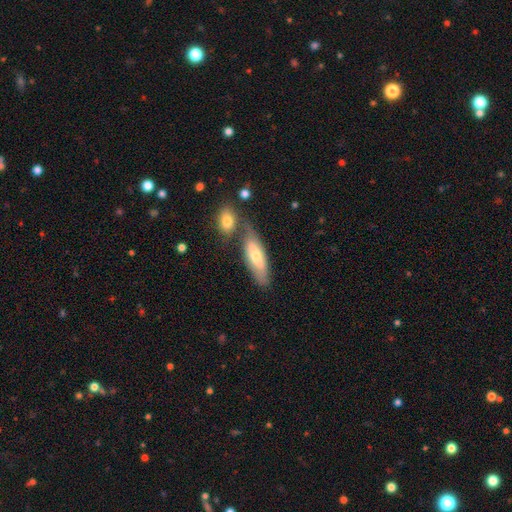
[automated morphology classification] smooth 51%, featured or disk 42%, star or artifact 7%. Down the decision tree: how rounded — in between (50%); merging — none (54%).